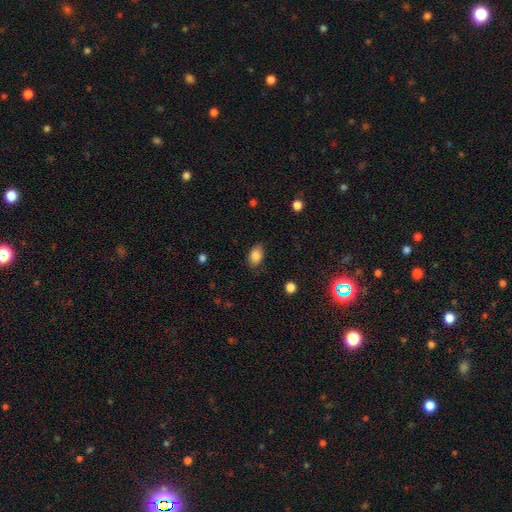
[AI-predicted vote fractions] A smooth galaxy with no disk features (84%) that is in between round and cigar-shaped (86%). Merging: none (77%).